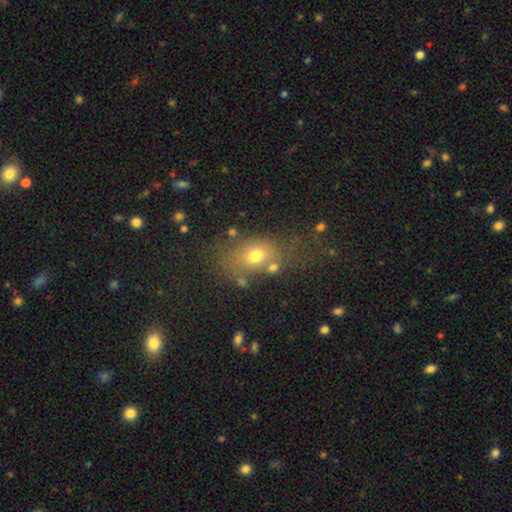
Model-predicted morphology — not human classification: Smooth or featured?
  - smooth: 68% *
  - featured or disk: 16%
  - star or artifact: 16%
How rounded?
  - in between: 63% *
  - round: 35%
  - cigar-shaped: 2%
Merging?
  - none: 55% *
  - minor disturbance: 19%
  - major disturbance: 15%
  - merger: 10%